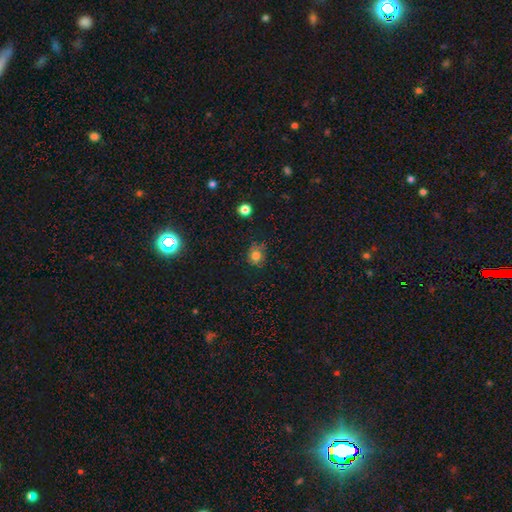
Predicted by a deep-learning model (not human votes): Q: Smooth or featured?
A: smooth (76%); runner-up: star or artifact (16%)
Q: How rounded?
A: round (80%); runner-up: in between (19%)
Q: Merging?
A: none (74%); runner-up: minor disturbance (19%)